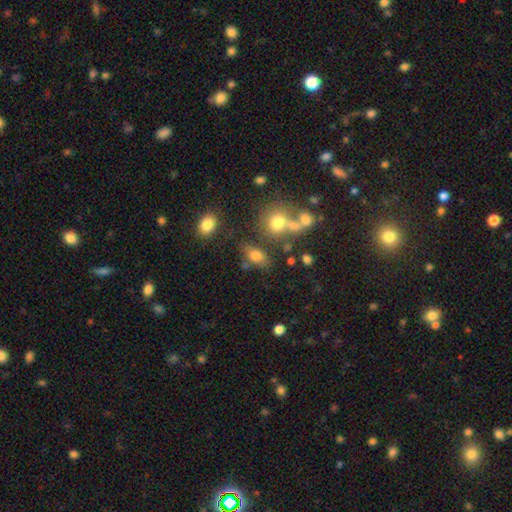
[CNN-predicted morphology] Overall: smooth (77%). How rounded: in between (79%). Merging: none (62%).